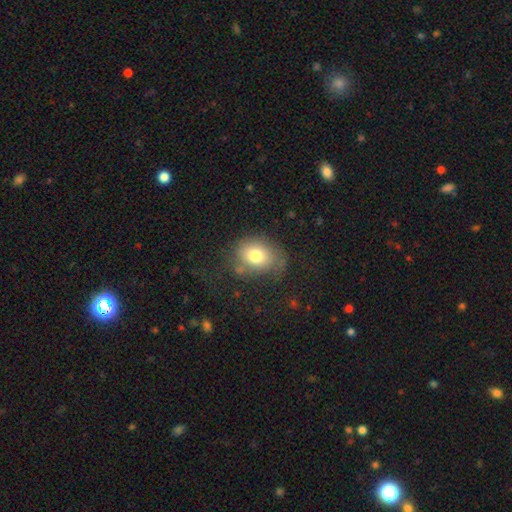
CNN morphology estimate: smooth-or-featured: smooth: 75% | featured or disk: 14% | star or artifact: 11%
  how-rounded: in between: 53% | round: 46% | cigar-shaped: 1%
  merging: none: 61% | minor disturbance: 23% | major disturbance: 12% | merger: 3%